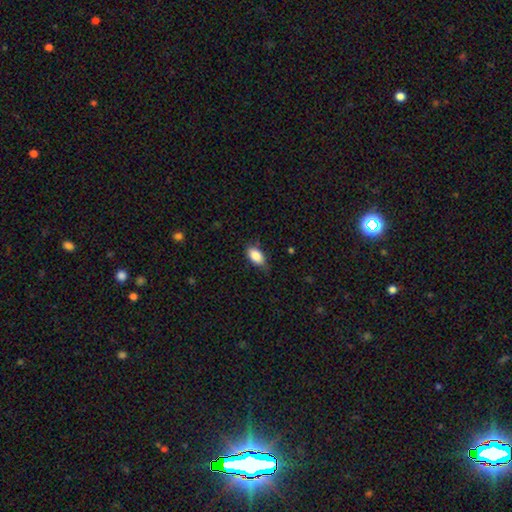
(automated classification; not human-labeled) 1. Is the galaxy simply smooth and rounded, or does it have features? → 86% smooth, 7% star or artifact, 7% featured or disk.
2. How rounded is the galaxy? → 91% in between, 5% round, 4% cigar-shaped.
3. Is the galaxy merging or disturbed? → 73% none, 22% minor disturbance, 4% major disturbance, 1% merger.